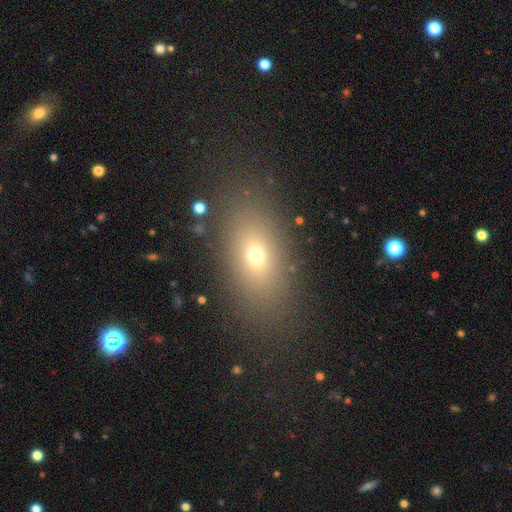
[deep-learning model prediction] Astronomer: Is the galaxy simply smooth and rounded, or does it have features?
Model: smooth — 67%.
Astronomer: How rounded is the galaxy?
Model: in between — 79%.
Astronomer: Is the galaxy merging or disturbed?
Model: none — 84%.